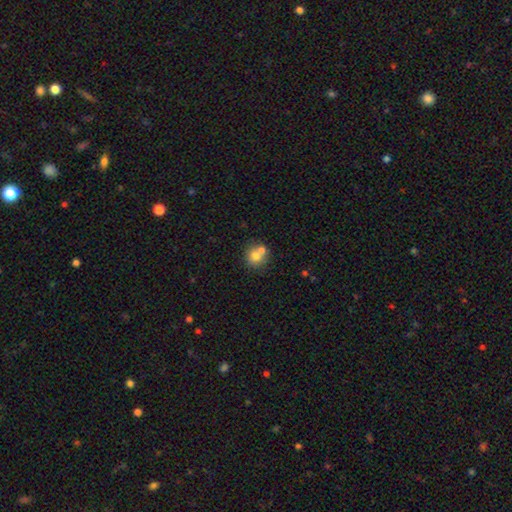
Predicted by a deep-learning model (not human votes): Smooth or featured?
  - smooth: 72% *
  - featured or disk: 17%
  - star or artifact: 11%
How rounded?
  - round: 85% *
  - in between: 14%
  - cigar-shaped: 1%
Merging?
  - none: 48% *
  - merger: 41%
  - minor disturbance: 8%
  - major disturbance: 3%